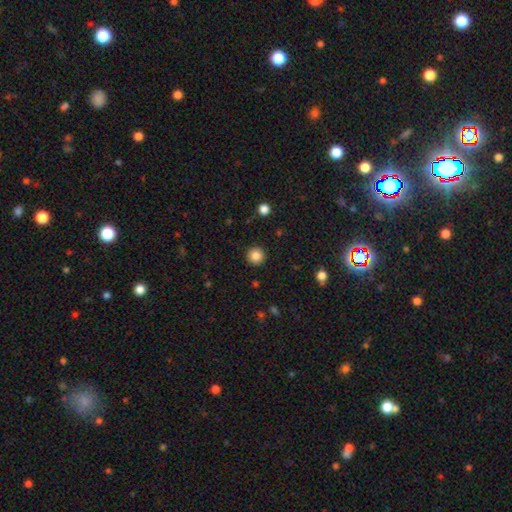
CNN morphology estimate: Smooth or featured?
  - smooth: 85% *
  - star or artifact: 11%
  - featured or disk: 4%
How rounded?
  - round: 96% *
  - in between: 4%
  - cigar-shaped: 1%
Merging?
  - none: 92% *
  - minor disturbance: 5%
  - major disturbance: 2%
  - merger: 1%